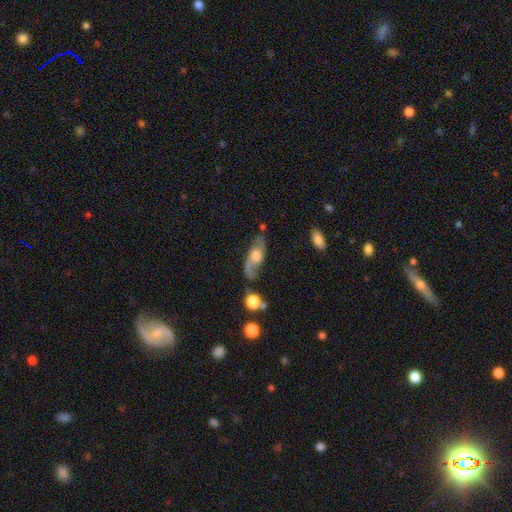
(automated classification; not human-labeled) Morphology: type=featured or disk (64%); edge-on=no (78%); merging=none (61%).